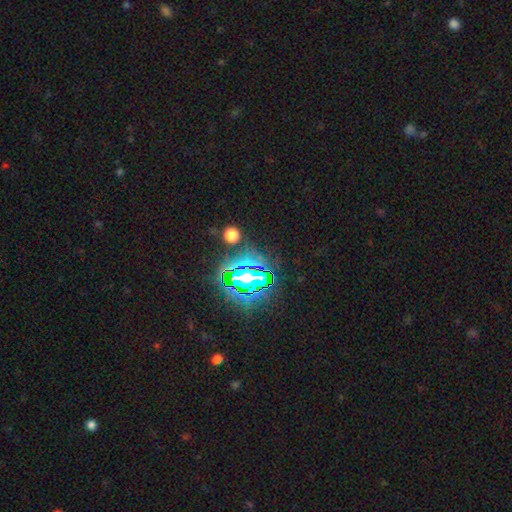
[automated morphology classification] Smooth or featured? Predicted: star or artifact (p=0.82).